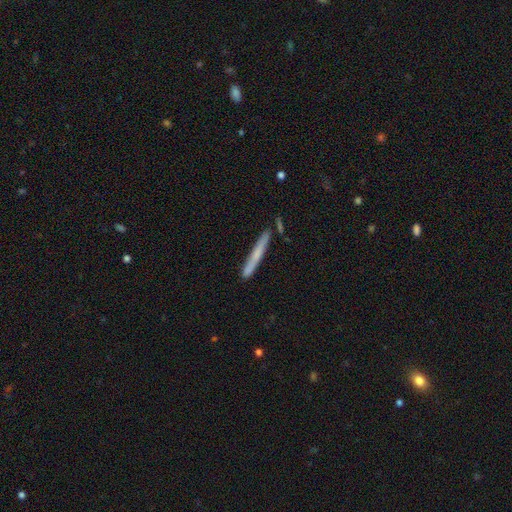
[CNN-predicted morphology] smooth_or_featured: smooth (p=0.55) [alt: featured or disk p=0.38]
how_rounded: cigar-shaped (p=0.97) [alt: in between p=0.02]
merging: none (p=0.82) [alt: minor disturbance p=0.12]